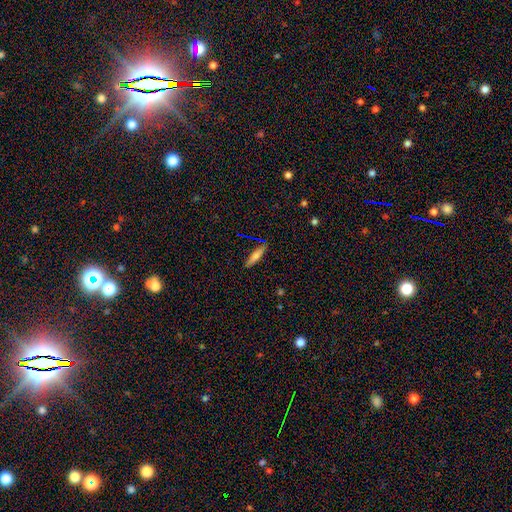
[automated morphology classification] A smooth galaxy with no disk features (67%) that is cigar-shaped (76%).

Vote fractions:
- Smooth or featured? smooth: 67% / featured or disk: 25% / star or artifact: 8%
- How rounded? cigar-shaped: 76% / in between: 22% / round: 2%
- Merging? none: 85% / minor disturbance: 11% / major disturbance: 2% / merger: 2%